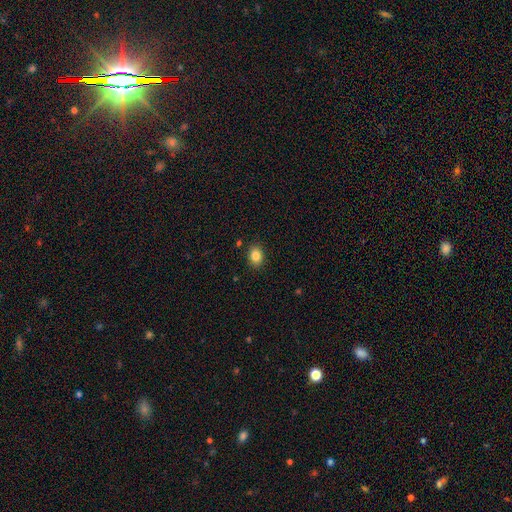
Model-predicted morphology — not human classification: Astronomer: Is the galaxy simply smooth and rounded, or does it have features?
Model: smooth — 85%.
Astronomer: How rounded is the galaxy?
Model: in between — 61% (runner-up: round, 38%).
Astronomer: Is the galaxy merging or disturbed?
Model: none — 88%.